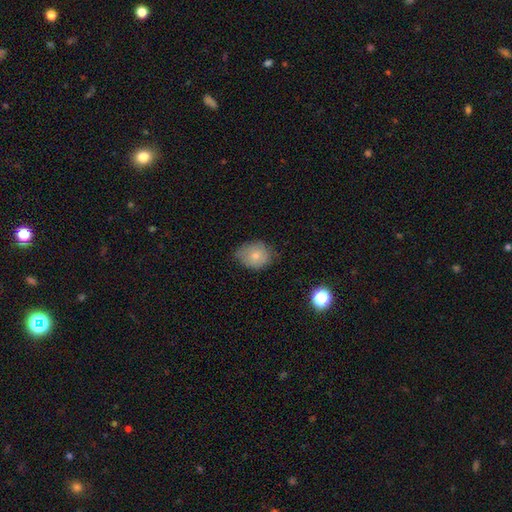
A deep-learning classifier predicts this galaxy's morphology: This appears to be a smooth galaxy with no disk features (77%) that is in between round and cigar-shaped (52%). Merging: none (59%).